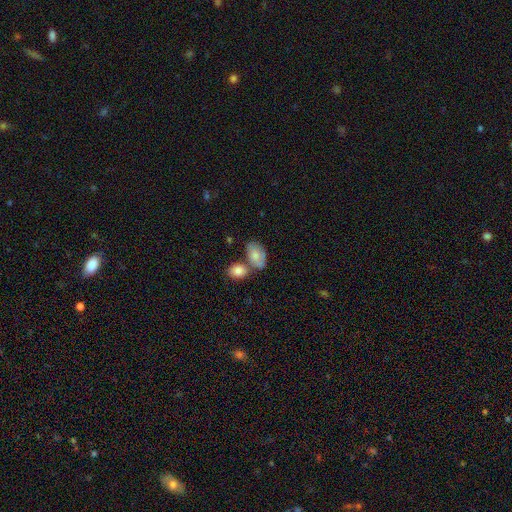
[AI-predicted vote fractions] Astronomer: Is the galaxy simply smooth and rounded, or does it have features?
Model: smooth — 69%.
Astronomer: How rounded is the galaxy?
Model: in between — 88%.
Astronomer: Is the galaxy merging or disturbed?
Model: none — 39% (runner-up: merger, 34%).